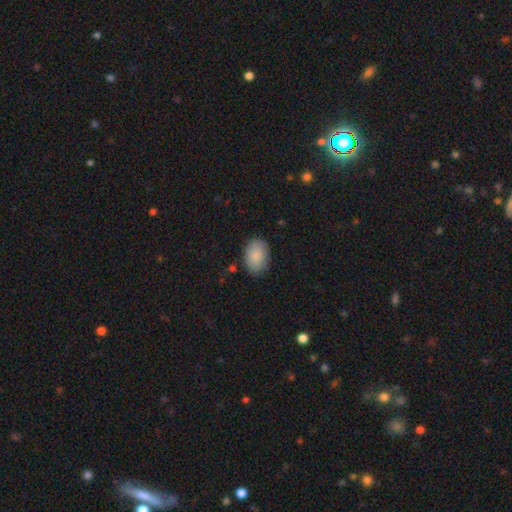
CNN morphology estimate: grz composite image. It shows a smooth galaxy with no disk features (88%) that is in between round and cigar-shaped (84%). Merging: none (83%).